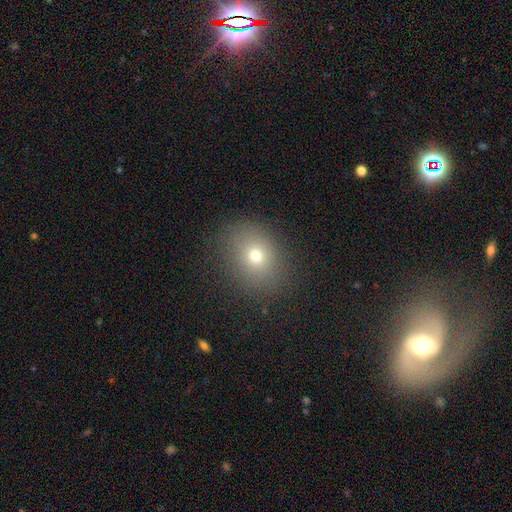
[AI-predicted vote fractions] Morphology: type=smooth (71%); roundness=round (50%); merging=none (85%).